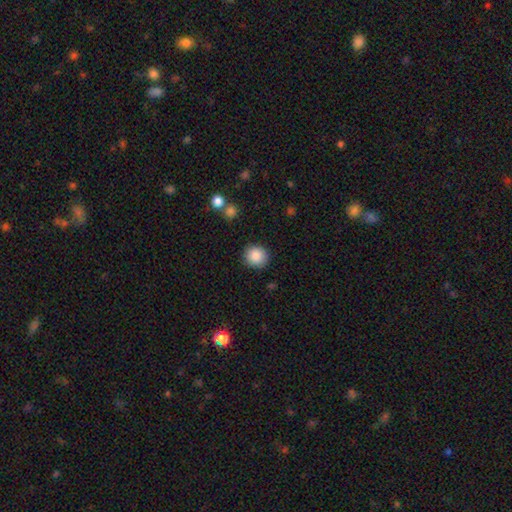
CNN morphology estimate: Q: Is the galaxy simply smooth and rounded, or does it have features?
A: smooth — 87%.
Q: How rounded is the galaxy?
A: round — 89%.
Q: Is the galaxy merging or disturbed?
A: none — 89%.